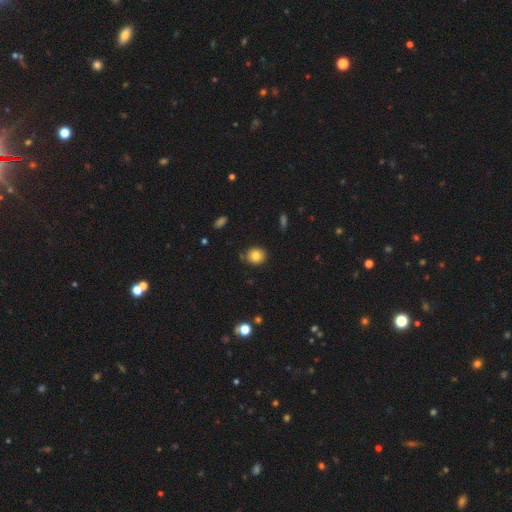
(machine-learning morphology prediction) smooth_or_featured: smooth (p=0.80) [alt: star or artifact p=0.11]
how_rounded: round (p=0.79) [alt: in between p=0.20]
merging: none (p=0.83) [alt: minor disturbance p=0.12]